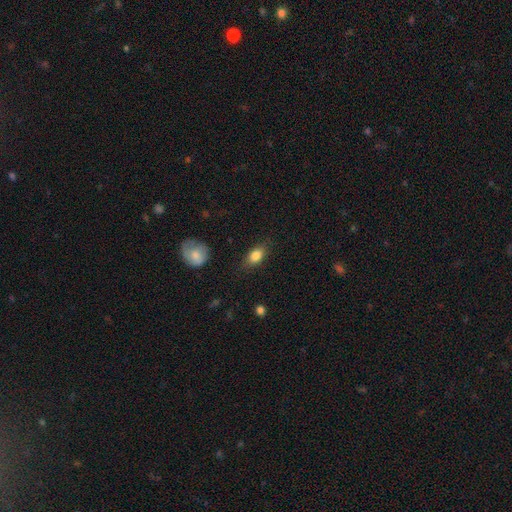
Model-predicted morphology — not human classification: Q: Smooth or featured?
A: smooth (82%); runner-up: featured or disk (10%)
Q: How rounded?
A: in between (82%); runner-up: round (12%)
Q: Merging?
A: none (79%); runner-up: minor disturbance (16%)